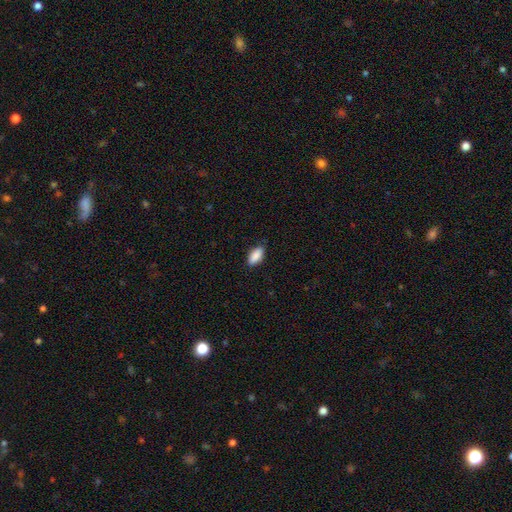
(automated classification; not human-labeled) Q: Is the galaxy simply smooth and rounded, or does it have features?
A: smooth — 89%.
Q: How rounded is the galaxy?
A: in between — 89%.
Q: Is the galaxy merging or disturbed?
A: none — 82%.